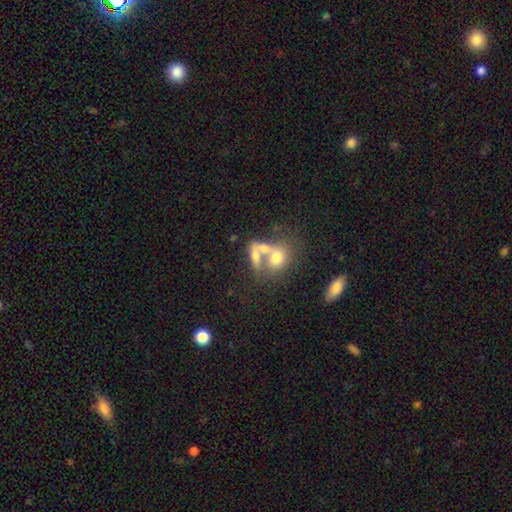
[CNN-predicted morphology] smooth 61%, featured or disk 28%, star or artifact 11%. Down the decision tree: how rounded — in between (66%); merging — merger (62%).